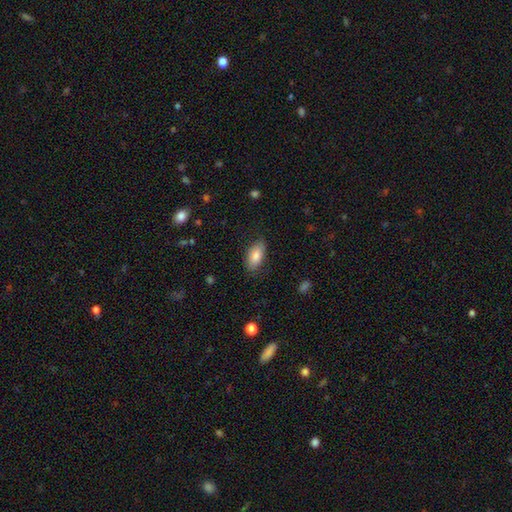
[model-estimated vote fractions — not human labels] Q: Smooth or featured?
A: smooth (84%); runner-up: featured or disk (10%)
Q: How rounded?
A: in between (89%); runner-up: cigar-shaped (8%)
Q: Merging?
A: none (80%); runner-up: minor disturbance (15%)